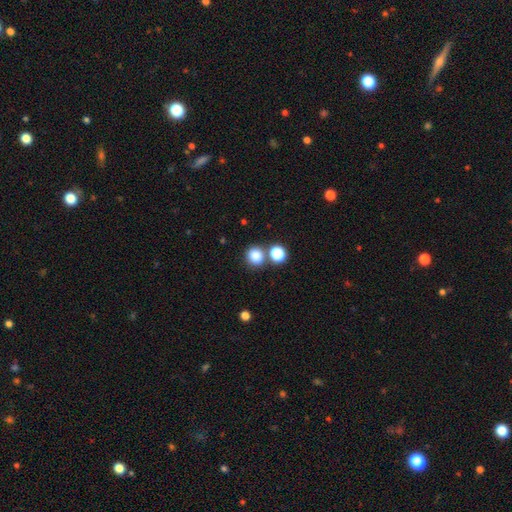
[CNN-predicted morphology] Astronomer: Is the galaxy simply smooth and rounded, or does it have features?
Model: smooth — 83%.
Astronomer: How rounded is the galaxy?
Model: round — 86%.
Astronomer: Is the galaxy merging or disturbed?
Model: none — 68%.